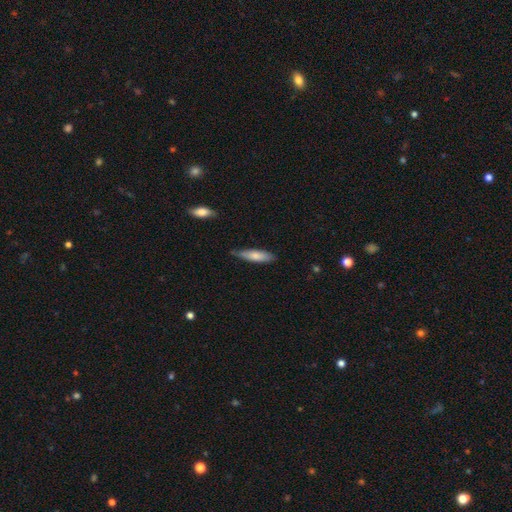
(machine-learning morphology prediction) The model was most divided on "how rounded": cigar-shaped: 67%, in between: 32%, round: 2%. More confident: smooth or featured — smooth (76%); merging — none (67%).